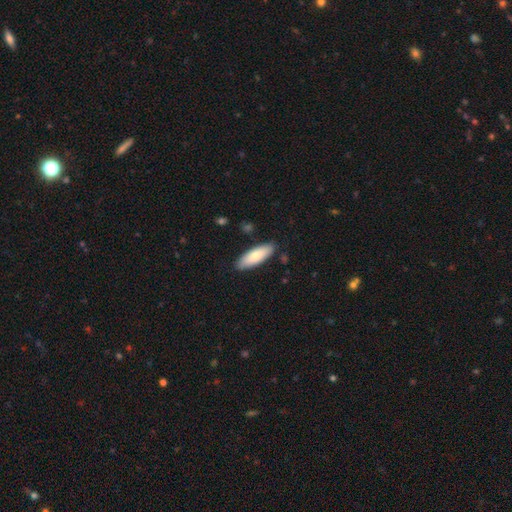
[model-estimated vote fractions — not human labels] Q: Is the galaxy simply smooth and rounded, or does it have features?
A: smooth — 77%.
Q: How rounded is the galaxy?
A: in between — 66%.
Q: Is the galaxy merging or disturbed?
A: none — 87%.